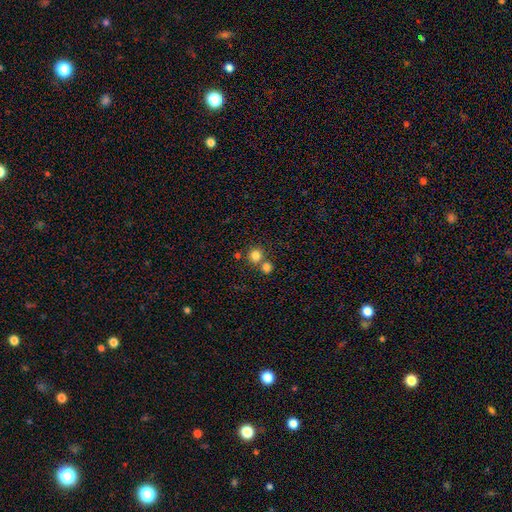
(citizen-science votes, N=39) Smooth or featured: smooth — 87% (star or artifact — 8%)
How rounded: round — 97% (in between — 3%)
Merging: none — 72% (merger — 25%)